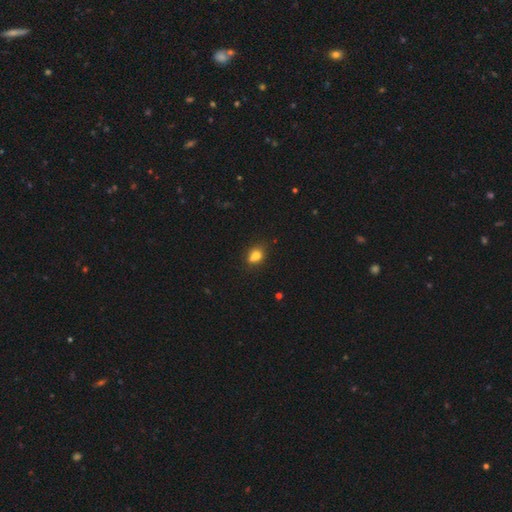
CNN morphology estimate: This is likely a smooth galaxy (76%). How rounded: possibly in between (56%). Merging: possibly none (46%).